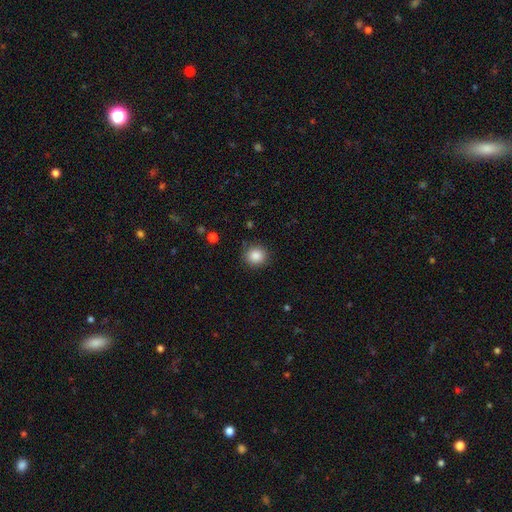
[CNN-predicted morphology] type=smooth (86%); roundness=round (89%); merging=none (88%).